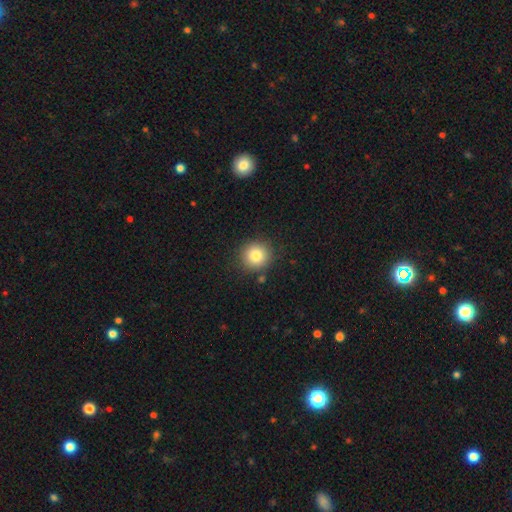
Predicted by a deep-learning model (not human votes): Smooth or featured: smooth — 82% (star or artifact — 11%)
How rounded: round — 92% (in between — 7%)
Merging: none — 86% (minor disturbance — 8%)